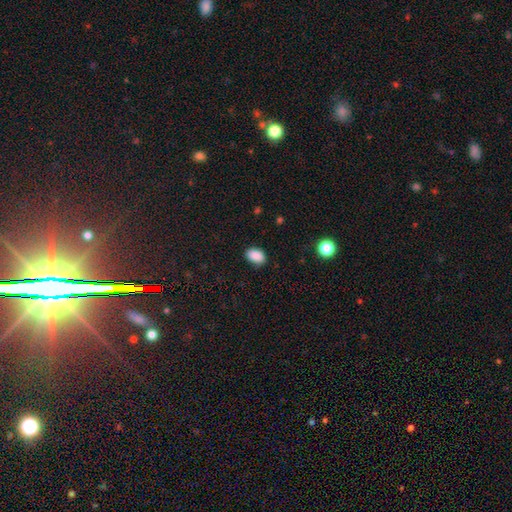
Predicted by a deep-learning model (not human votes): Smooth or featured? smooth (89%)
How rounded? in between (86%)
Merging? none (85%)